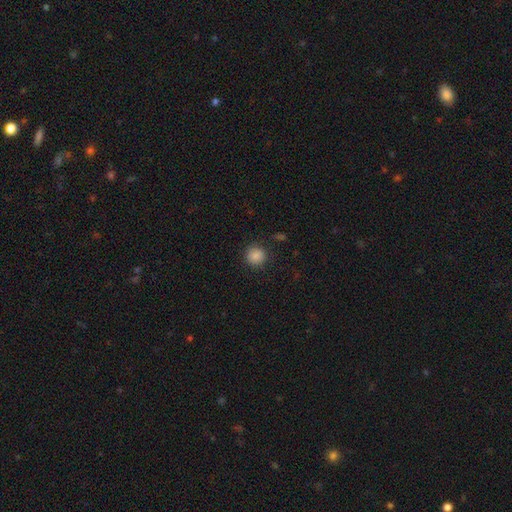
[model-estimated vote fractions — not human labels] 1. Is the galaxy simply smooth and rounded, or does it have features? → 86% smooth, 10% star or artifact, 4% featured or disk.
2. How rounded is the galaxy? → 92% round, 7% in between, 1% cigar-shaped.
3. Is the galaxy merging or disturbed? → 85% none, 10% minor disturbance, 3% major disturbance, 2% merger.